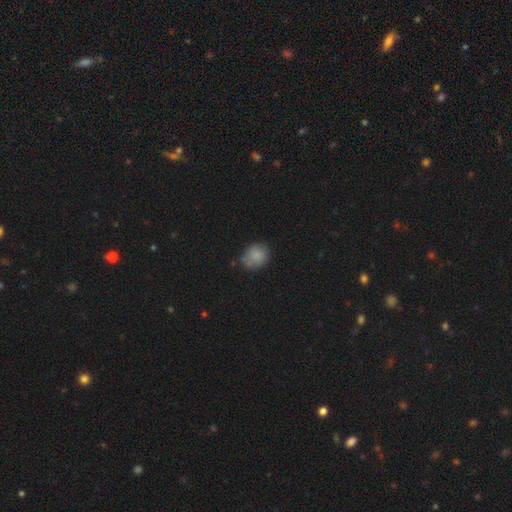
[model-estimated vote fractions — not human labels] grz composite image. It shows a smooth galaxy with no disk features (81%) that is round (70%). Merging: none (63%).